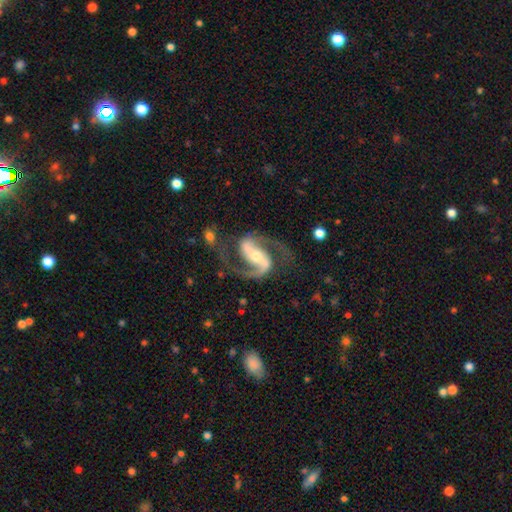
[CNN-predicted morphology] Smooth or featured: featured or disk — 93% (star or artifact — 4%)
Edge-on disk: no — 98% (yes — 2%)
Bar: strong — 61% (weak — 26%)
Spiral arms: yes — 98% (no — 2%)
Spiral winding: medium — 59% (loose — 27%)
Spiral arm count: 2 — 94% (1 — 2%)
Bulge size: moderate — 52% (small — 40%)
Merging: none — 74% (minor disturbance — 13%)